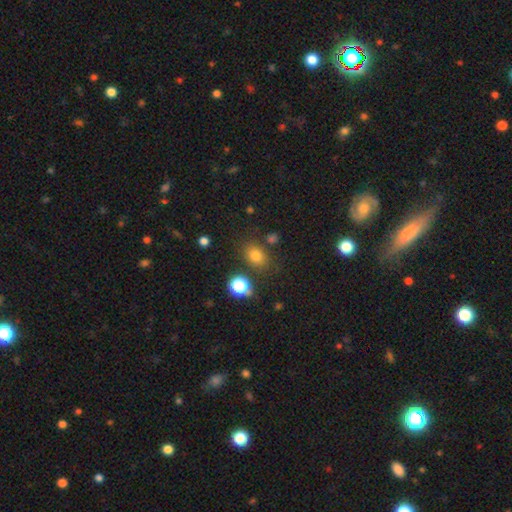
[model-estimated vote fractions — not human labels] This is likely a smooth galaxy (75%). How rounded: possibly in between (52%). Merging: likely none (76%).